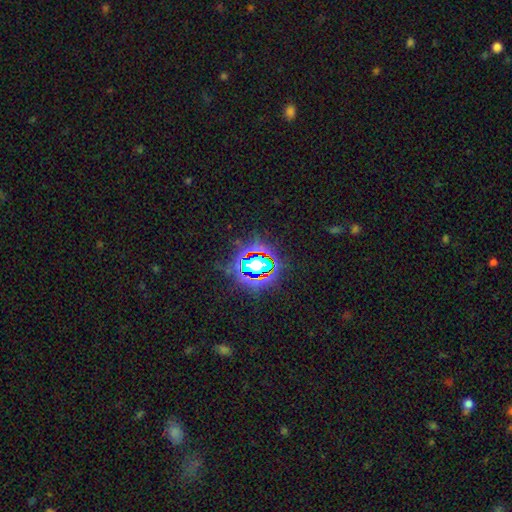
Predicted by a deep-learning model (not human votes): Smooth or featured?
  - star or artifact: 79% *
  - smooth: 13%
  - featured or disk: 8%